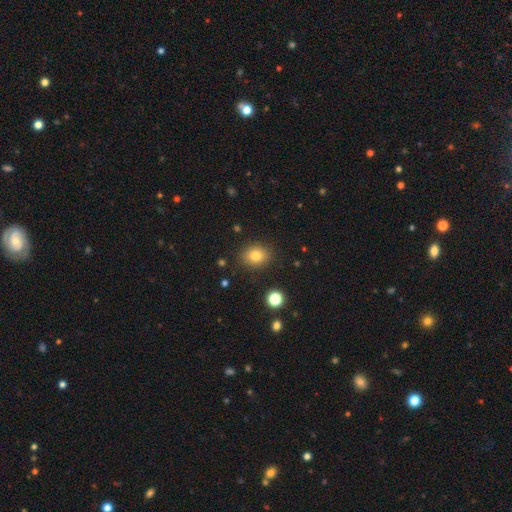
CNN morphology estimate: smooth-or-featured: smooth: 81% | star or artifact: 12% | featured or disk: 7%
  how-rounded: round: 61% | in between: 38% | cigar-shaped: 1%
  merging: none: 87% | minor disturbance: 9% | major disturbance: 3% | merger: 2%